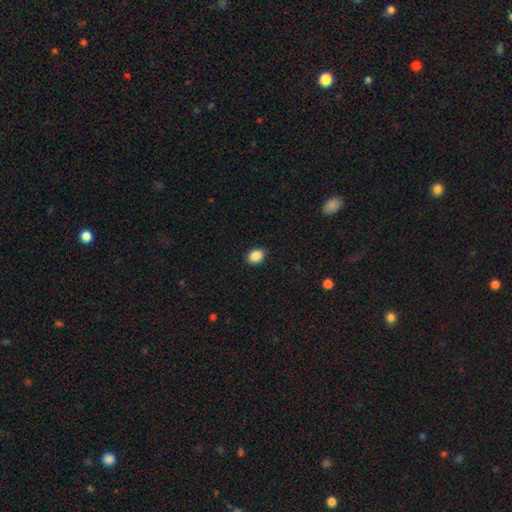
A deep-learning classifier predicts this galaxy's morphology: smooth 88%, star or artifact 9%, featured or disk 3%. Down the decision tree: how rounded — in between (62%); merging — none (90%).